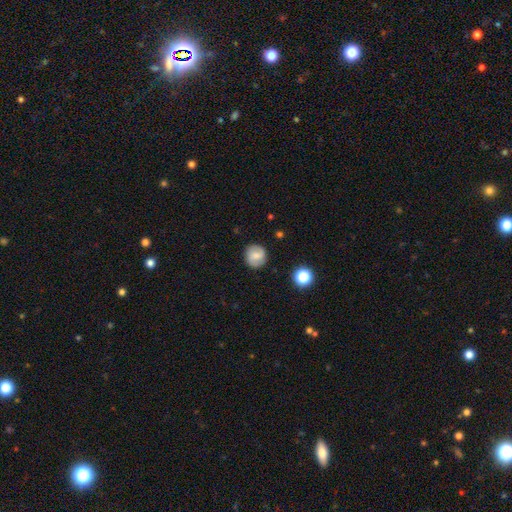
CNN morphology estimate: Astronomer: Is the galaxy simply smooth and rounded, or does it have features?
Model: smooth — 61%.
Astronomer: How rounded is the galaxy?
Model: round — 90%.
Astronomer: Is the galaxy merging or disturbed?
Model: none — 86%.